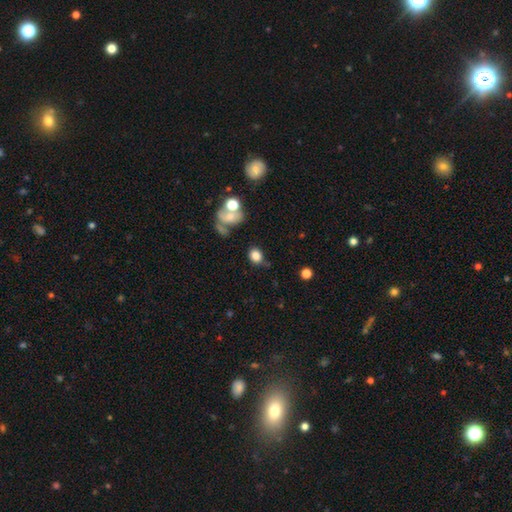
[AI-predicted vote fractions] smooth_or_featured: smooth (p=0.83) [alt: star or artifact p=0.11]
how_rounded: round (p=0.54) [alt: in between p=0.44]
merging: none (p=0.67) [alt: minor disturbance p=0.19]